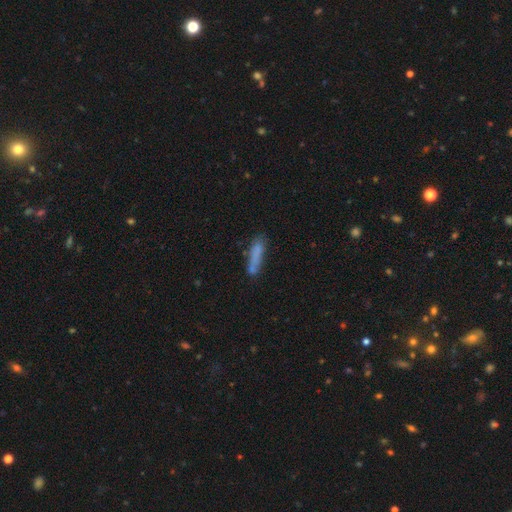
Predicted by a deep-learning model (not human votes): Overall: smooth (74%). How rounded: cigar-shaped (83%). Merging: none (62%).